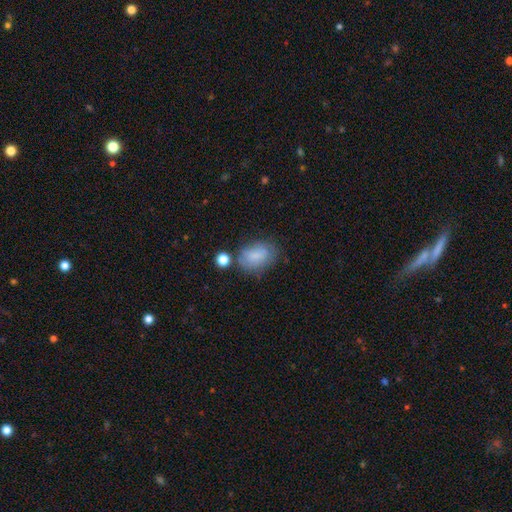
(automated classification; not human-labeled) Smooth or featured?
  - smooth: 76% *
  - featured or disk: 15%
  - star or artifact: 9%
How rounded?
  - in between: 80% *
  - round: 18%
  - cigar-shaped: 2%
Merging?
  - none: 58% *
  - minor disturbance: 25%
  - major disturbance: 10%
  - merger: 7%